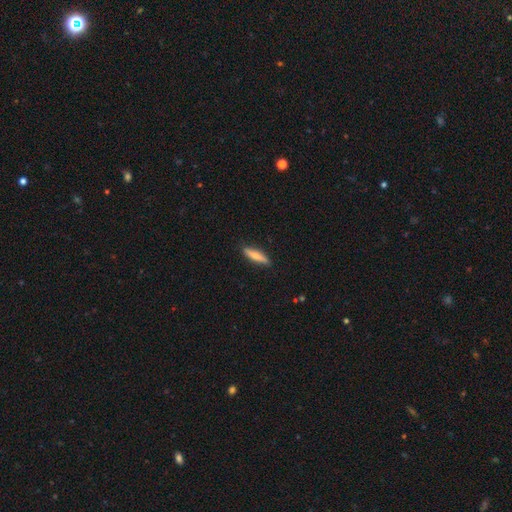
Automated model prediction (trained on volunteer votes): A smooth galaxy with no disk features (72%) that is cigar-shaped (78%). Merging: none (86%).